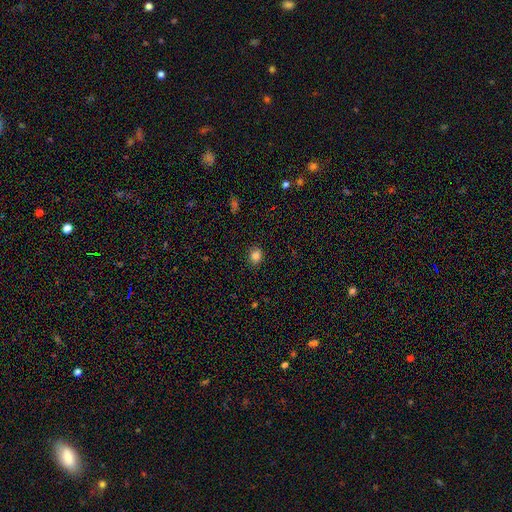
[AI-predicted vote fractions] A smooth galaxy with no disk features (84%) that is round (71%). Merging: none (88%).